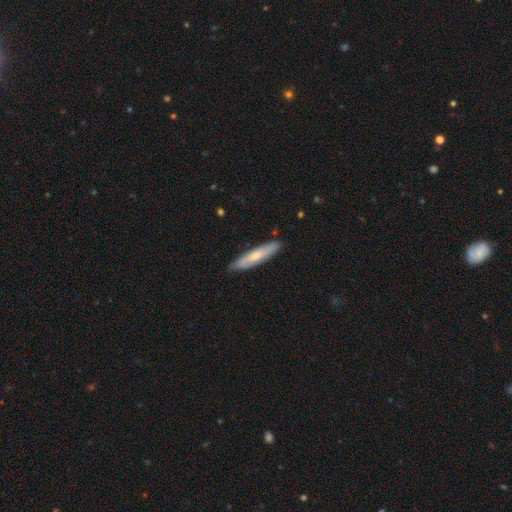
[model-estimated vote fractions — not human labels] smooth-or-featured: smooth: 58% | featured or disk: 36% | star or artifact: 5%
  how-rounded: cigar-shaped: 85% | in between: 14% | round: 1%
  merging: none: 85% | minor disturbance: 12% | major disturbance: 2% | merger: 1%